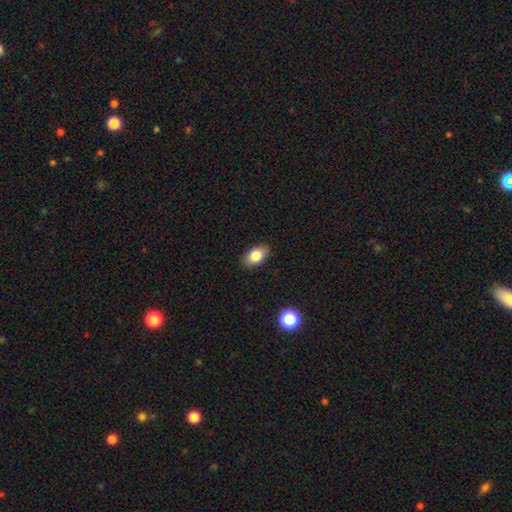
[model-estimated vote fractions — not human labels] Smooth or featured? smooth (83%)
How rounded? in between (89%)
Merging? none (88%)